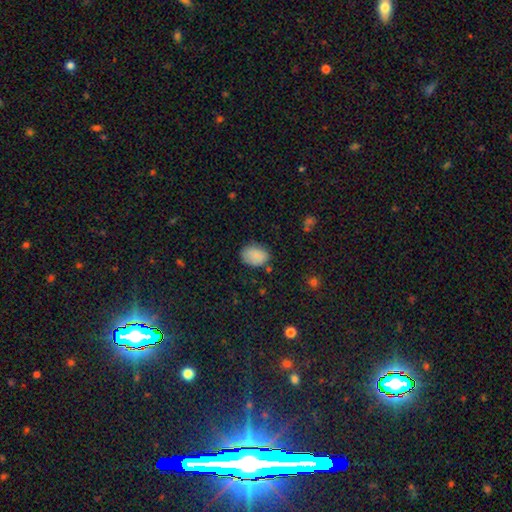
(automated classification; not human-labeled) Smooth or featured? Predicted: smooth (p=0.86). How rounded? Predicted: in between (p=0.80). Merging? Predicted: none (p=0.76).